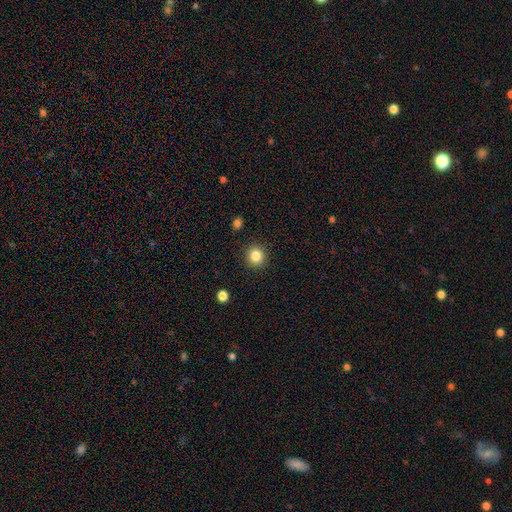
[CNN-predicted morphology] Q: Smooth or featured?
A: smooth (84%); runner-up: star or artifact (11%)
Q: How rounded?
A: round (90%); runner-up: in between (9%)
Q: Merging?
A: none (91%); runner-up: minor disturbance (6%)